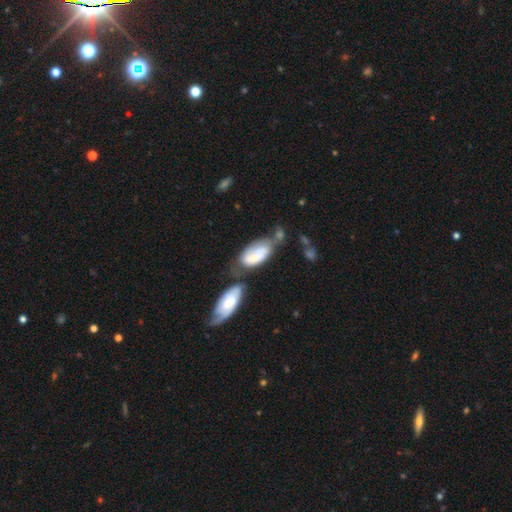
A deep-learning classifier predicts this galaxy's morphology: smooth_or_featured: smooth (p=0.59) [alt: featured or disk p=0.34]
how_rounded: in between (p=0.90) [alt: cigar-shaped p=0.07]
merging: merger (p=0.43) [alt: none p=0.23]